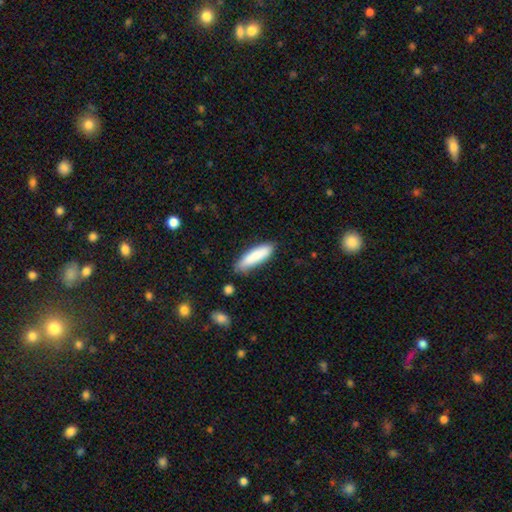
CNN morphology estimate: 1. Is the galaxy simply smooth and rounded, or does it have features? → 85% smooth, 9% featured or disk, 6% star or artifact.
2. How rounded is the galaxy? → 61% cigar-shaped, 37% in between, 1% round.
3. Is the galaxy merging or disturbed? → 76% none, 18% minor disturbance, 3% major disturbance, 3% merger.